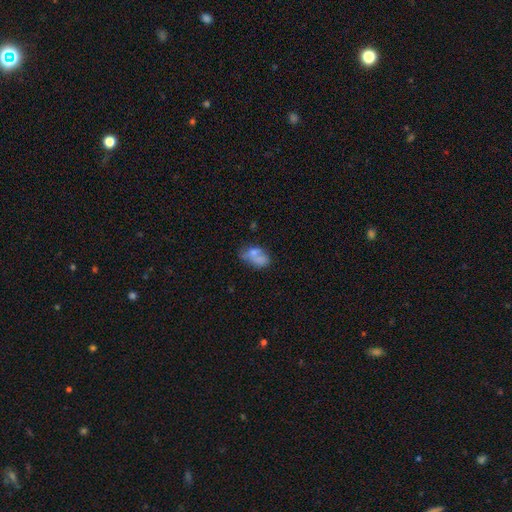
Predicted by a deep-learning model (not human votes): A smooth galaxy with no disk features (64%) that is in between round and cigar-shaped (84%). Merging: none (31%, tied with merger).